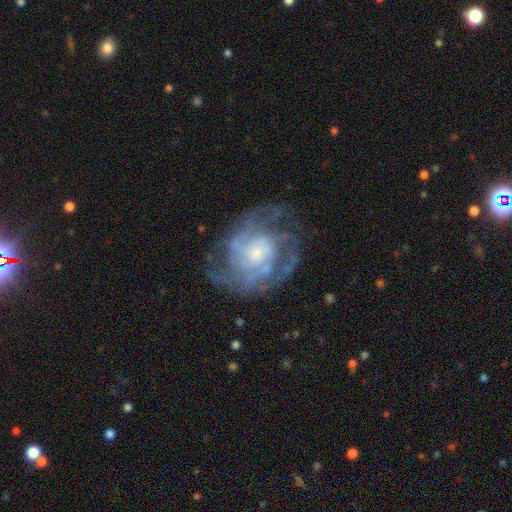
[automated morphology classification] Smooth or featured? Predicted: featured or disk (p=0.83). Edge-on disk? Predicted: no (p=0.97). Bar? Predicted: no (p=0.72). Spiral arms? Predicted: yes (p=0.88). Spiral winding? Predicted: tight (p=0.51). Spiral arm count? Predicted: can't tell (p=0.36). Bulge size? Predicted: small (p=0.45). Merging? Predicted: none (p=0.68).